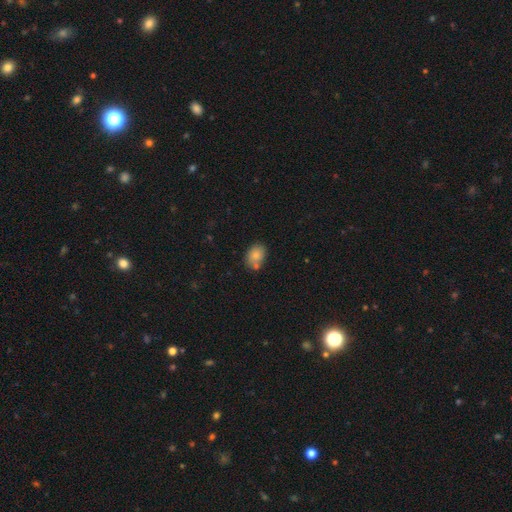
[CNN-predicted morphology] smooth 81%, featured or disk 10%, star or artifact 9%. Down the decision tree: how rounded — in between (69%); merging — none (61%).